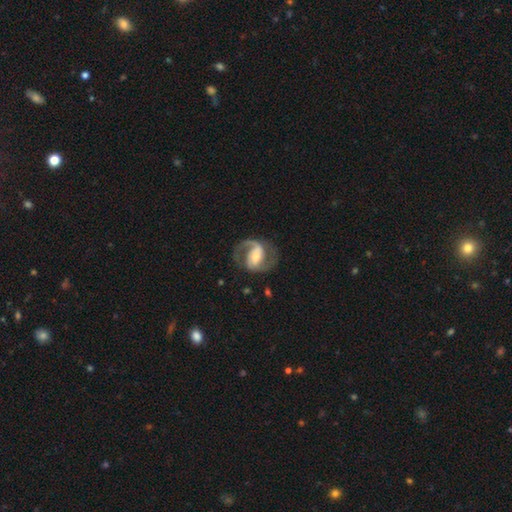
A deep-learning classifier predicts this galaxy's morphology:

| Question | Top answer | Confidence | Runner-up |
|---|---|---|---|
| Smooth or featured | featured or disk | 88% | smooth (8%) |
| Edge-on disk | no | 98% | yes (2%) |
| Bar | weak | 39% | strong (37%) |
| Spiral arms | yes | 96% | no (4%) |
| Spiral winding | medium | 56% | loose (26%) |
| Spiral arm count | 2 | 88% | 1 (6%) |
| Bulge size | moderate | 50% | small (38%) |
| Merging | none | 74% | minor disturbance (14%) |